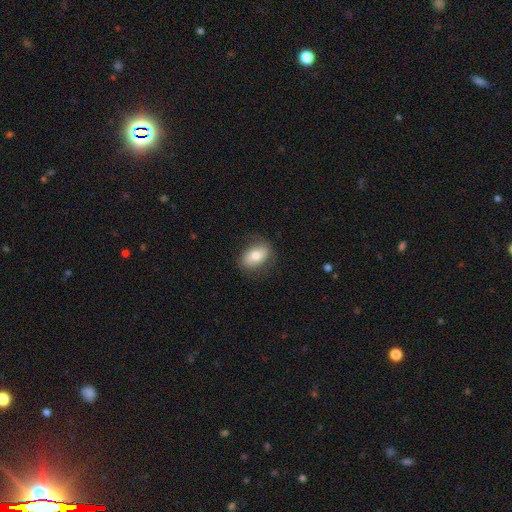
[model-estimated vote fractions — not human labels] Smooth or featured: smooth — 70% (featured or disk — 23%)
How rounded: in between — 82% (round — 15%)
Merging: none — 80% (minor disturbance — 14%)